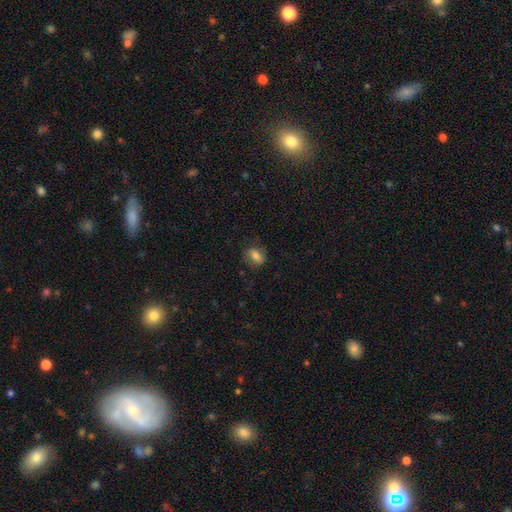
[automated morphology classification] smooth-or-featured: smooth: 74% | featured or disk: 16% | star or artifact: 9%
  how-rounded: in between: 71% | round: 26% | cigar-shaped: 3%
  merging: none: 73% | minor disturbance: 19% | major disturbance: 7% | merger: 1%